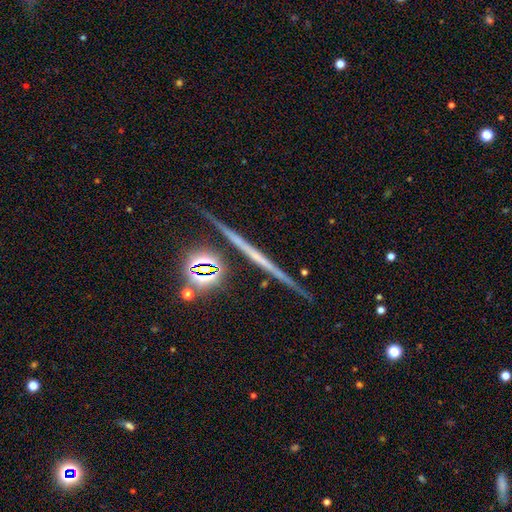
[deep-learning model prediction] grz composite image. It shows a featured or disk galaxy (62%) viewed edge-on (96%) with no central bulge (82%). Merging: none (87%).